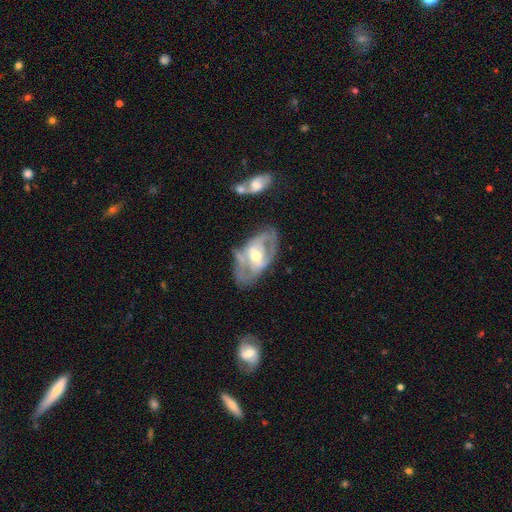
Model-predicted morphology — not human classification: smooth_or_featured: featured or disk (p=0.78) [alt: smooth p=0.17]
disk_edge_on: no (p=0.93) [alt: yes p=0.07]
bar: no (p=0.39) [alt: weak p=0.37]
has_spiral_arms: yes (p=0.64) [alt: no p=0.36]
bulge_size: moderate (p=0.68) [alt: small p=0.24]
merging: none (p=0.49) [alt: minor disturbance p=0.24]